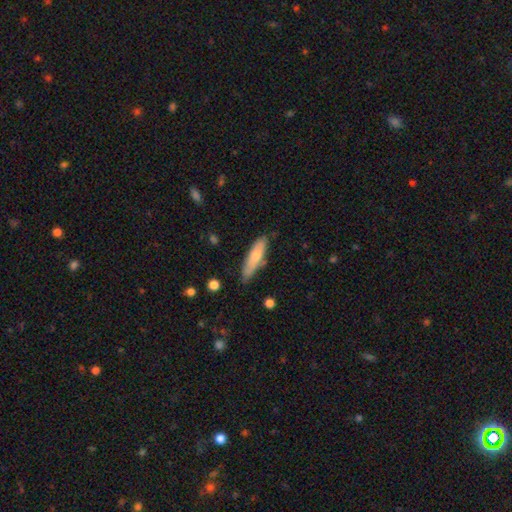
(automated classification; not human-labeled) A smooth galaxy with no disk features (67%) that is cigar-shaped (67%). Merging: none (72%).